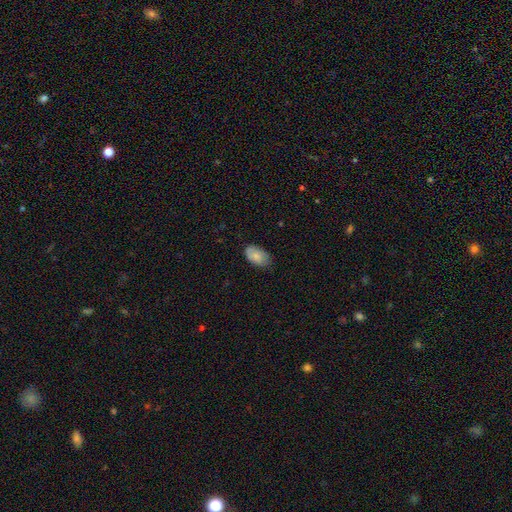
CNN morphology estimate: smooth_or_featured: smooth (p=0.79) [alt: featured or disk p=0.14]
how_rounded: in between (p=0.93) [alt: round p=0.05]
merging: none (p=0.70) [alt: minor disturbance p=0.25]